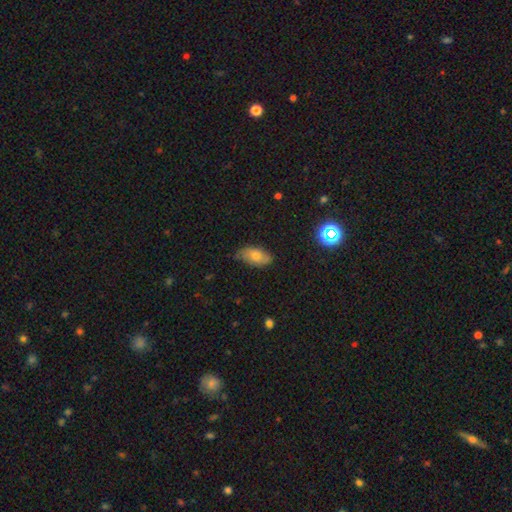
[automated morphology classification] This appears to be a smooth galaxy with no disk features (66%) that is in between round and cigar-shaped (89%). Merging: none (74%).